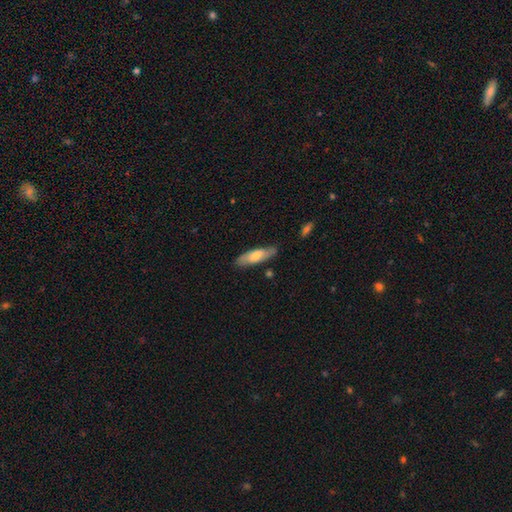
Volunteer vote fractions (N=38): Volunteers were most divided on "how rounded": in between: 59%, cigar-shaped: 41%, round: 0%. More confident: merging — none (72%); smooth or featured — smooth (58%).